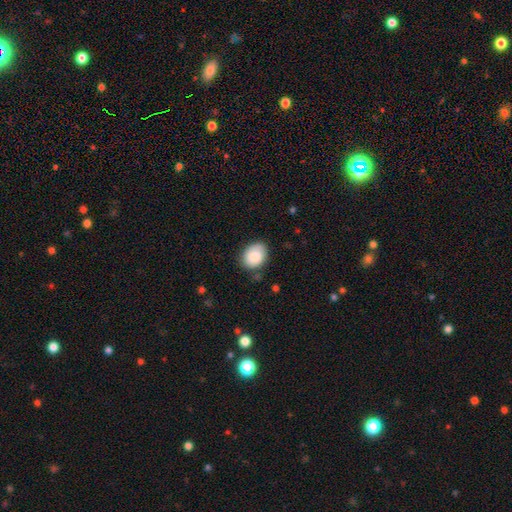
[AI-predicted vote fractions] Q: Smooth or featured?
A: smooth (87%); runner-up: star or artifact (7%)
Q: How rounded?
A: in between (66%); runner-up: round (33%)
Q: Merging?
A: none (78%); runner-up: minor disturbance (17%)